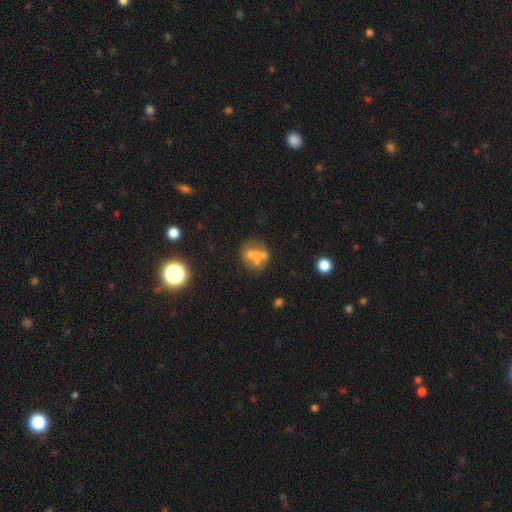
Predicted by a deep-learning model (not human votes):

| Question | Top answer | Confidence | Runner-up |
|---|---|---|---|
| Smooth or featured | smooth | 45% | featured or disk (39%) |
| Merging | none | 45% | merger (26%) |